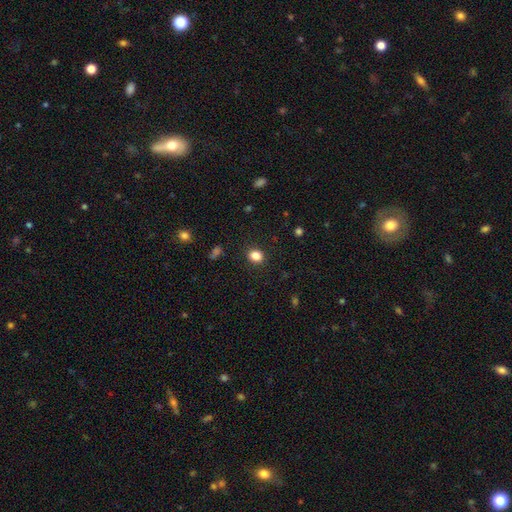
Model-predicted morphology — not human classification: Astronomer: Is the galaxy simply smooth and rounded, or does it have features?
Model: smooth — 85%.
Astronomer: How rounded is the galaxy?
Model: round — 57% (runner-up: in between, 42%).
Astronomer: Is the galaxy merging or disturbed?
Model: none — 89%.